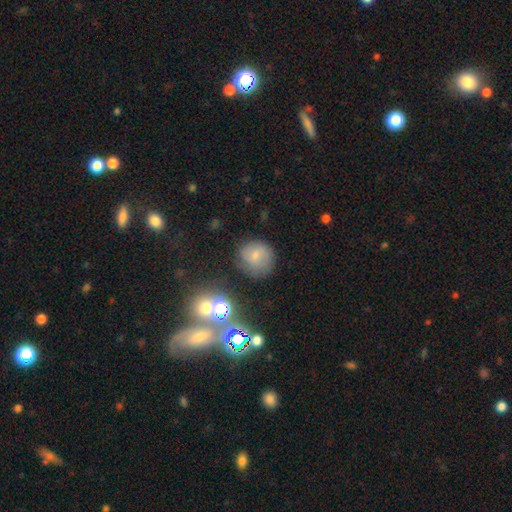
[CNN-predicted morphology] Q: Smooth or featured?
A: smooth (67%); runner-up: featured or disk (19%)
Q: How rounded?
A: round (87%); runner-up: in between (12%)
Q: Merging?
A: none (70%); runner-up: minor disturbance (19%)